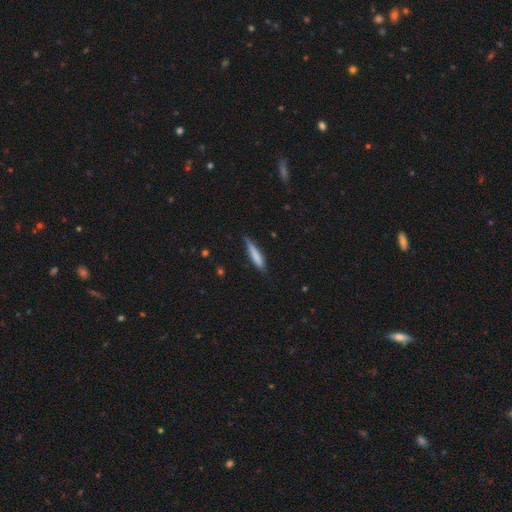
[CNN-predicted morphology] This appears to be a smooth galaxy with no disk features (75%) that is cigar-shaped (86%). Merging: none (70%).